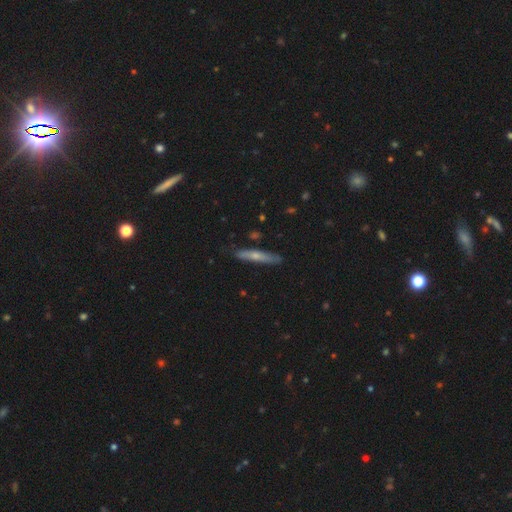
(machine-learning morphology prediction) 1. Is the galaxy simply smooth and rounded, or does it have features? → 55% smooth, 39% featured or disk, 6% star or artifact.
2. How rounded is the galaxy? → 92% cigar-shaped, 6% in between, 2% round.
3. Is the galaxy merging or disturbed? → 82% none, 14% minor disturbance, 2% major disturbance, 2% merger.